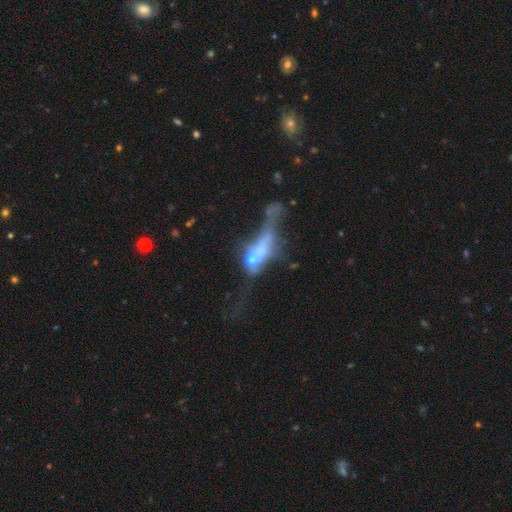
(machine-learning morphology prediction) A featured or disk galaxy (47%).

Vote fractions:
- Smooth or featured? featured or disk: 47% / smooth: 39% / star or artifact: 14%
- Merging? merger: 42% / major disturbance: 36% / none: 13% / minor disturbance: 9%